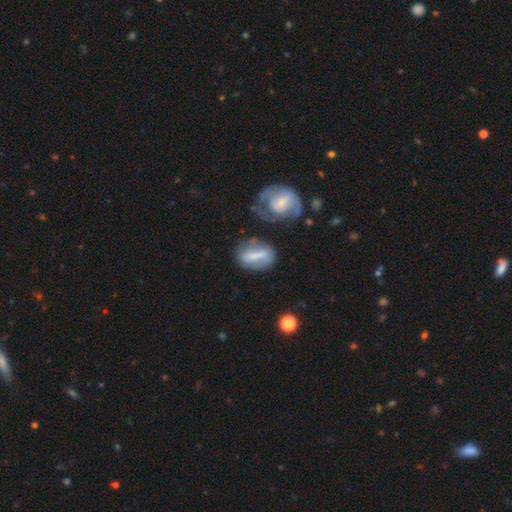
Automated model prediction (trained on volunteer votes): smooth_or_featured: smooth (p=0.50) [alt: featured or disk p=0.42]
merging: none (p=0.58) [alt: minor disturbance p=0.22]